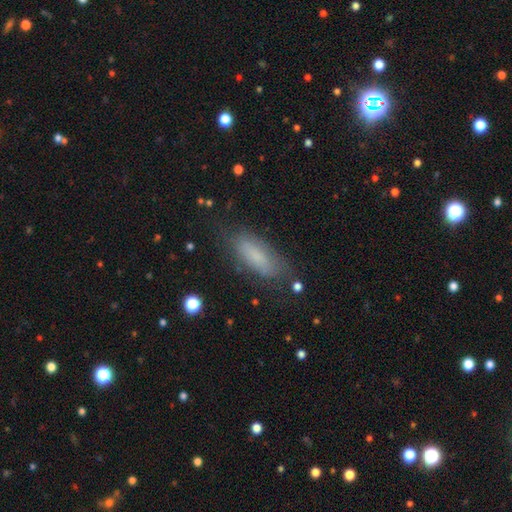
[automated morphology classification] type=smooth (77%); roundness=in between (68%); merging=none (77%).